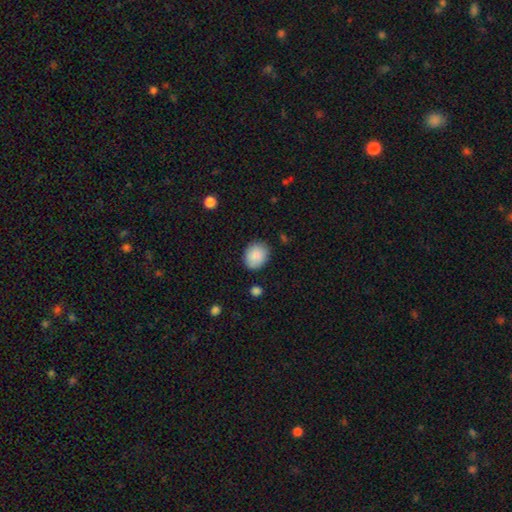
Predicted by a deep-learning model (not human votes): smooth_or_featured: smooth (p=0.88) [alt: star or artifact p=0.07]
how_rounded: round (p=0.56) [alt: in between p=0.43]
merging: none (p=0.82) [alt: minor disturbance p=0.14]